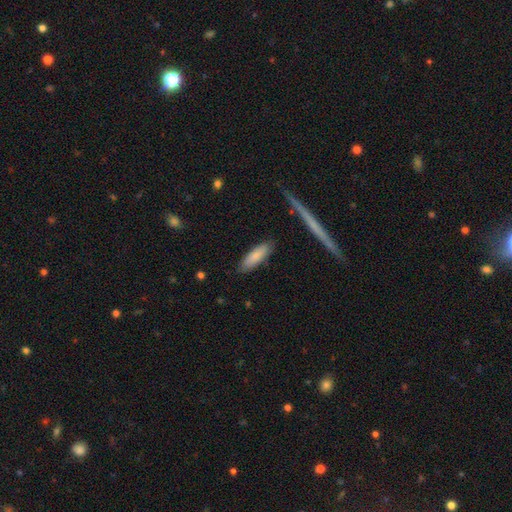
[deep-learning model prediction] A smooth galaxy with no disk features (84%) that is in between round and cigar-shaped (51%). Merging: none (84%).